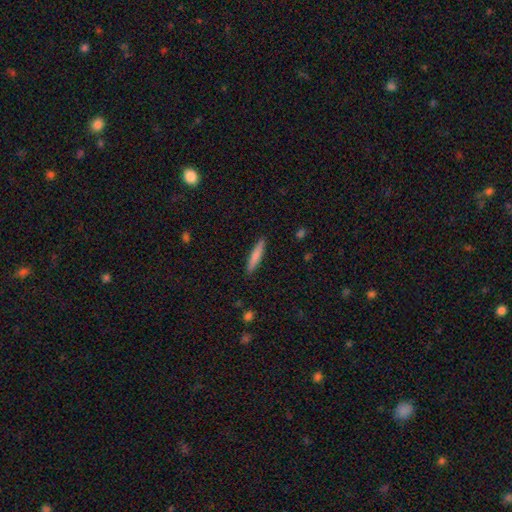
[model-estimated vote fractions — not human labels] Q: Smooth or featured?
A: smooth (79%); runner-up: featured or disk (15%)
Q: How rounded?
A: cigar-shaped (90%); runner-up: in between (8%)
Q: Merging?
A: none (90%); runner-up: minor disturbance (7%)